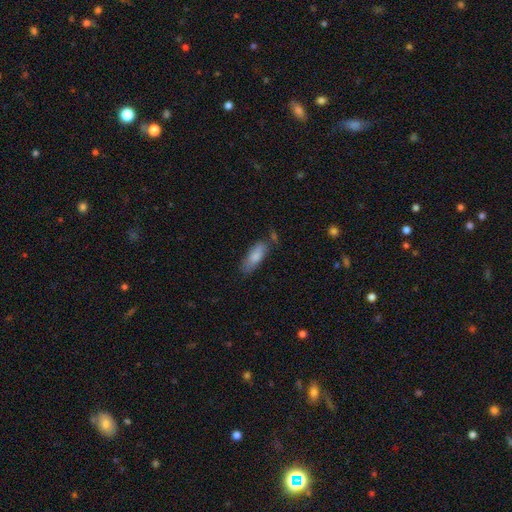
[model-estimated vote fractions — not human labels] Q: Smooth or featured?
A: smooth (82%); runner-up: featured or disk (12%)
Q: How rounded?
A: in between (66%); runner-up: cigar-shaped (32%)
Q: Merging?
A: none (61%); runner-up: minor disturbance (23%)